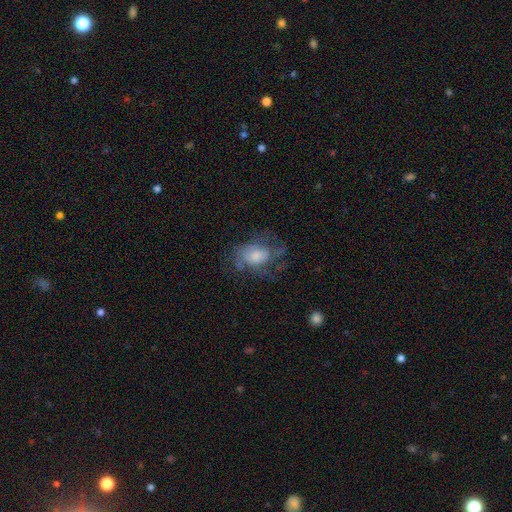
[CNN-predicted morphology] This is possibly a featured or disk galaxy (50%). It is clearly not viewed edge-on (96%). Merging: marginally none (42%).